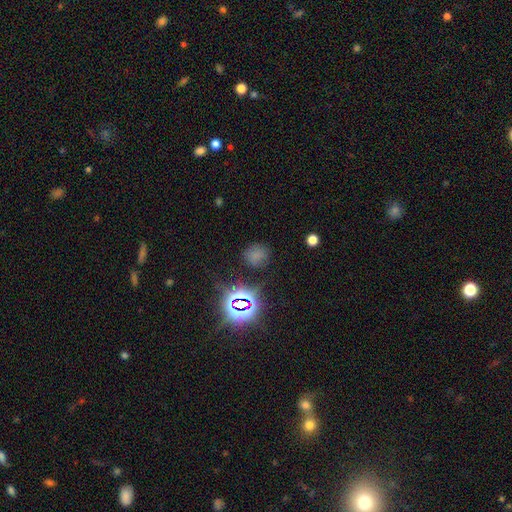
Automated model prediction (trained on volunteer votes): This is possibly a smooth galaxy (60%). How rounded: likely round (72%). Merging: likely none (74%).